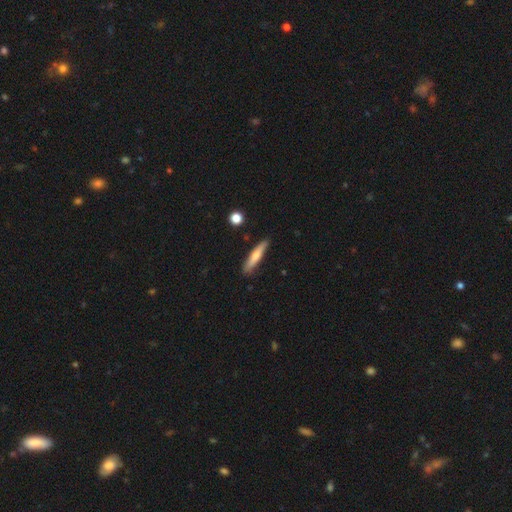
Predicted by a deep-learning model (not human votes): smooth 63%, featured or disk 31%, star or artifact 6%. Down the decision tree: how rounded — cigar-shaped (89%); merging — none (85%).